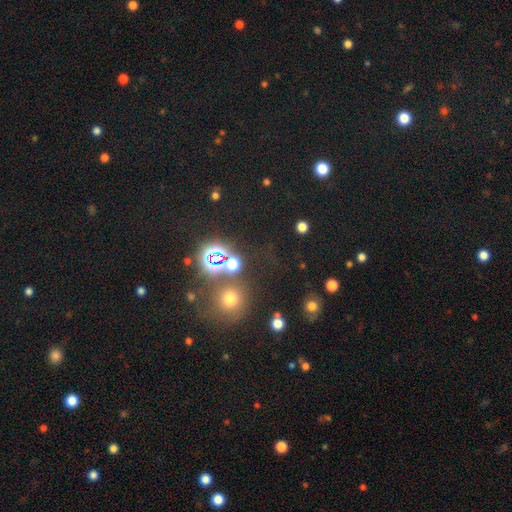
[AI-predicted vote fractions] Overall: star or artifact (58%; smooth 33%).